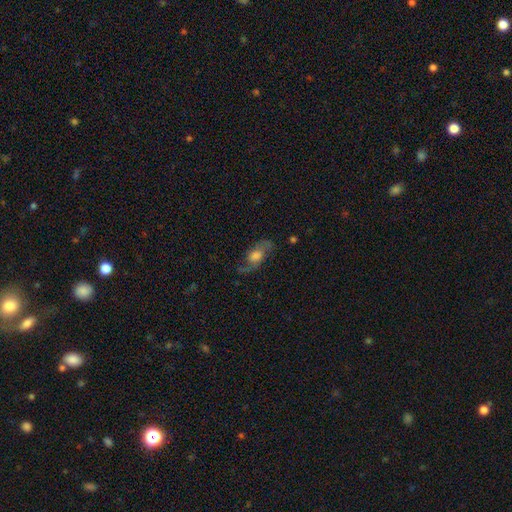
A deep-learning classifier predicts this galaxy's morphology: smooth-or-featured: featured or disk: 64% | smooth: 27% | star or artifact: 9%
  disk-edge-on: no: 84% | yes: 16%
    bar: no: 63% | weak: 30% | strong: 6%
    has-spiral-arms: yes: 86% | no: 14%
    bulge-size: large: 43% | moderate: 36% | small: 10% | none: 6% | dominant: 6%
  merging: none: 66% | minor disturbance: 19% | major disturbance: 13% | merger: 2%